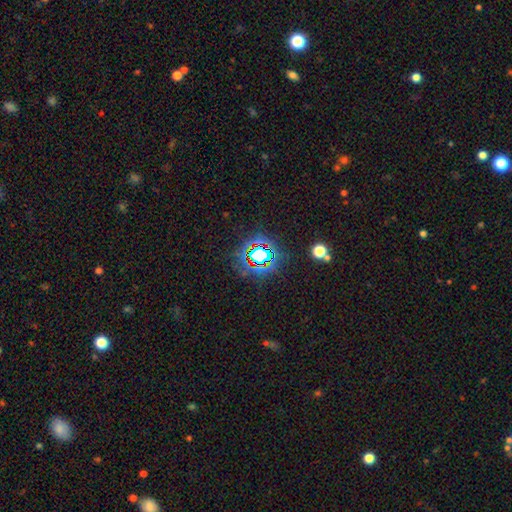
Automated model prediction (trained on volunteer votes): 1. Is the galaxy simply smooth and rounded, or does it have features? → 76% star or artifact, 14% smooth, 10% featured or disk.